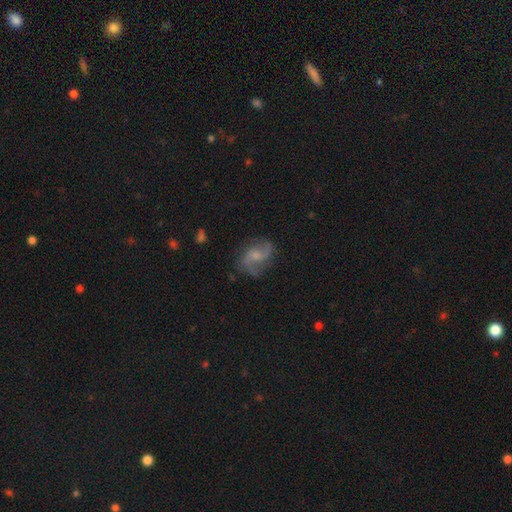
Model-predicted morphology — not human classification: smooth-or-featured: featured or disk: 78% | smooth: 15% | star or artifact: 7%
  disk-edge-on: no: 98% | yes: 2%
    bar: no: 52% | weak: 42% | strong: 7%
    has-spiral-arms: yes: 94% | no: 6%
      spiral-winding: loose: 50% | medium: 41% | tight: 9%
      spiral-arm-count: 2: 88% | can't tell: 5% | 1: 3% | 3: 3% | 4: 1% | more than 4: 1%
    bulge-size: small: 38% | moderate: 35% | none: 20% | large: 5% | dominant: 1%
  merging: none: 71% | minor disturbance: 18% | major disturbance: 9% | merger: 2%